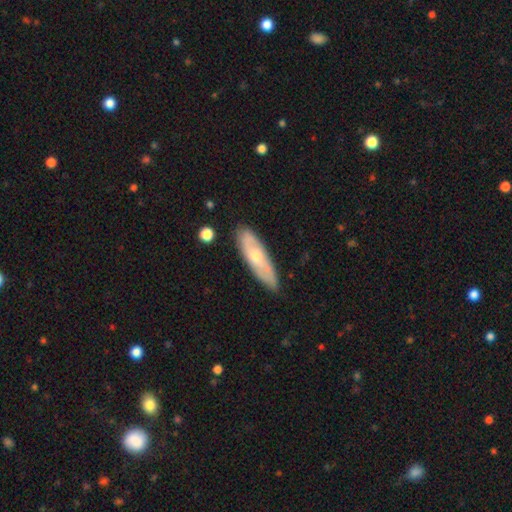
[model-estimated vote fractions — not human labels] smooth-or-featured: featured or disk: 49% | smooth: 46% | star or artifact: 6%
  merging: none: 81% | minor disturbance: 14% | major disturbance: 3% | merger: 2%